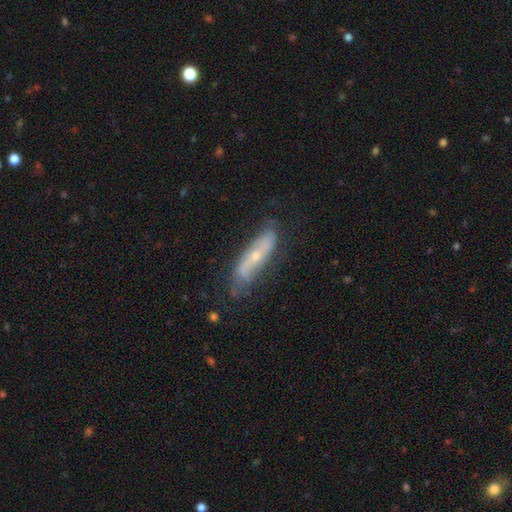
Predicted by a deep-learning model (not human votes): Smooth or featured: featured or disk — 73% (smooth — 20%)
Edge-on disk: no — 71% (yes — 29%)
Bar: no — 52% (weak — 27%)
Spiral arms: yes — 84% (no — 16%)
Bulge size: small — 64% (moderate — 32%)
Merging: none — 69% (minor disturbance — 22%)